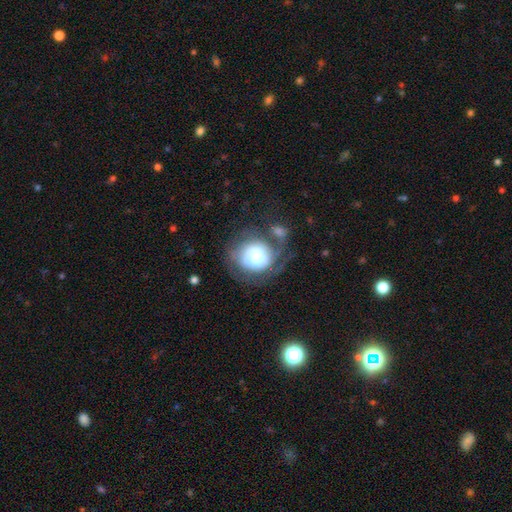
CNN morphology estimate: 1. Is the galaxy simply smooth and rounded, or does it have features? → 51% featured or disk, 40% smooth, 9% star or artifact.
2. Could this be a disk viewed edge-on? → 97% no, 3% yes.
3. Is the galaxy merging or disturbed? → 39% none, 26% major disturbance, 23% minor disturbance, 13% merger.